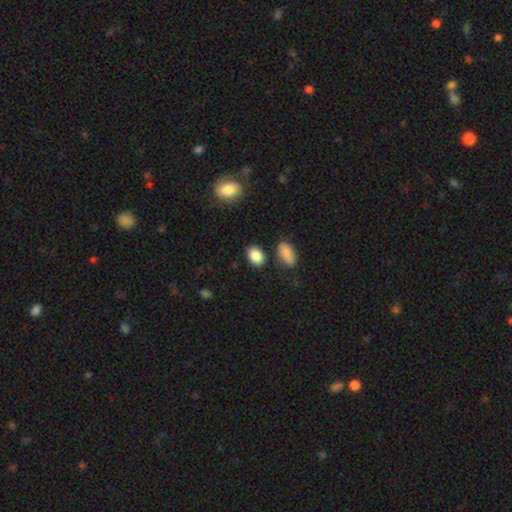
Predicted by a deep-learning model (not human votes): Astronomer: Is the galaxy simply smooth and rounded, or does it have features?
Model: smooth — 87%.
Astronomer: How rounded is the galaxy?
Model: in between — 75%.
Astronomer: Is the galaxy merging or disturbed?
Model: none — 82%.